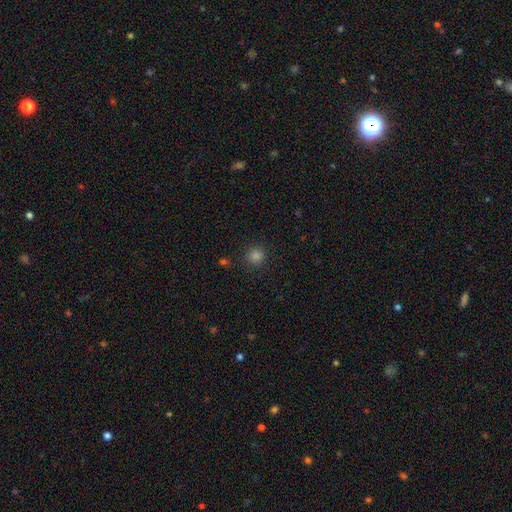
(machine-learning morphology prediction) type=smooth (79%); roundness=round (95%); merging=none (90%).